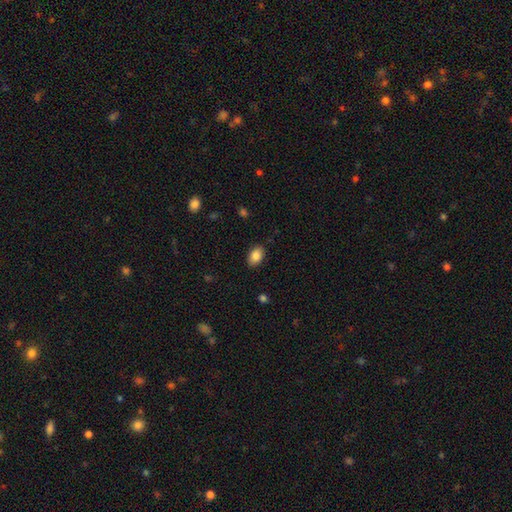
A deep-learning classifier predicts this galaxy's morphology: This appears to be a smooth galaxy with no disk features (86%) that is in between round and cigar-shaped (88%). Merging: none (86%).